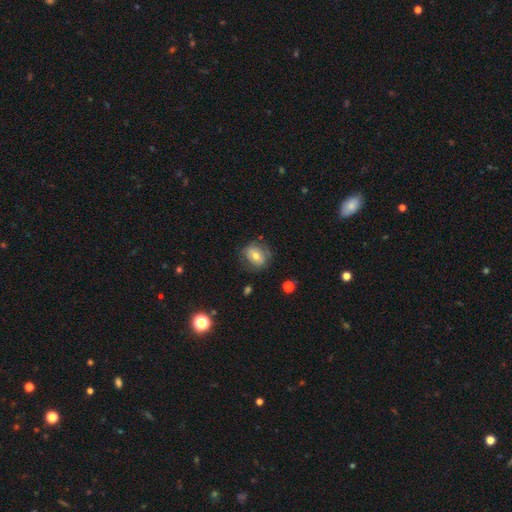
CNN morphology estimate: Q: Smooth or featured?
A: smooth (55%); runner-up: featured or disk (36%)
Q: How rounded?
A: in between (52%); runner-up: round (47%)
Q: Merging?
A: none (68%); runner-up: minor disturbance (21%)